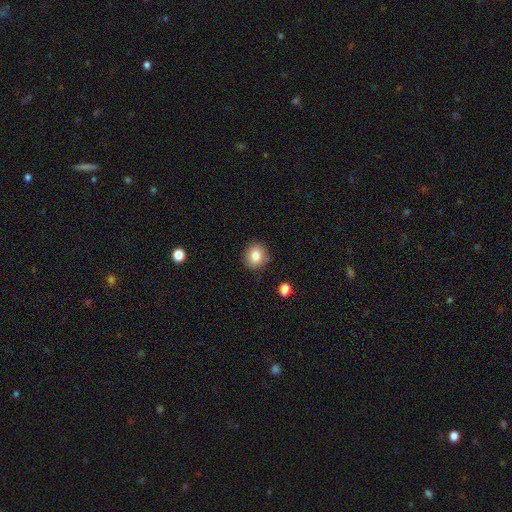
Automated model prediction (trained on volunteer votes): This appears to be a smooth galaxy with no disk features (84%) that is round (78%). Merging: none (84%).